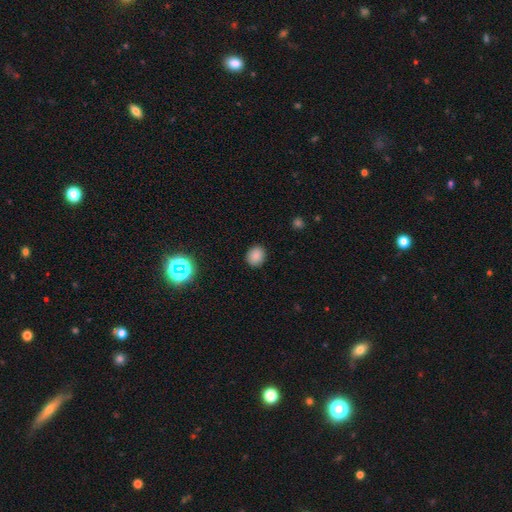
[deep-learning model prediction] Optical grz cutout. It shows a smooth galaxy with no disk features (85%) that is round (66%). Merging: none (89%).